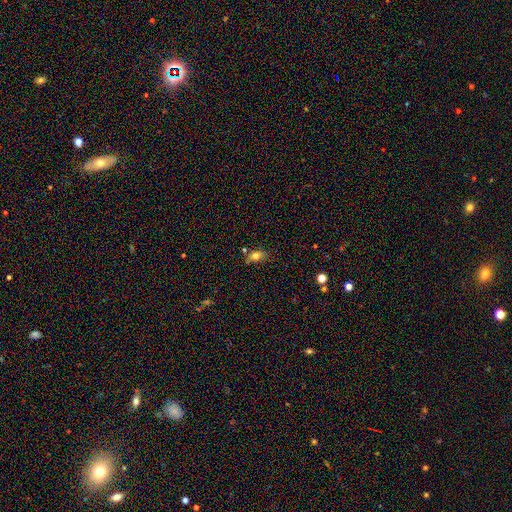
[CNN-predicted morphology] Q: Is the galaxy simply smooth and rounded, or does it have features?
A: smooth — 75%.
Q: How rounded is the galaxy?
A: in between — 78%.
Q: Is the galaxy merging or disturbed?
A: none — 63%.